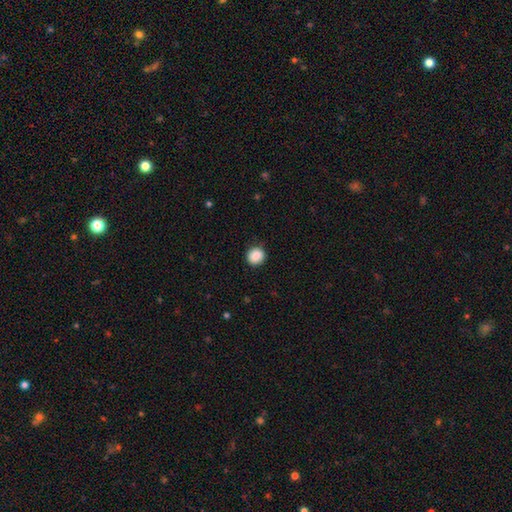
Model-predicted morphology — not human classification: Smooth or featured? Predicted: smooth (p=0.87). How rounded? Predicted: round (p=0.85). Merging? Predicted: none (p=0.88).